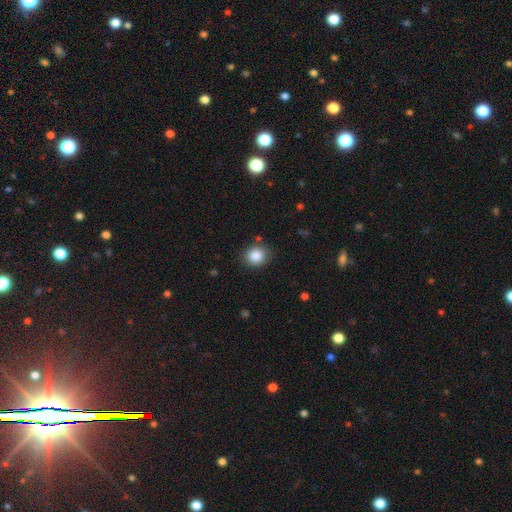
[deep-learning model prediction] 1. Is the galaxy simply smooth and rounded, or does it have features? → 86% smooth, 9% star or artifact, 5% featured or disk.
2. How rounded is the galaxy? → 73% round, 26% in between, 1% cigar-shaped.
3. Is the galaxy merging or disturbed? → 85% none, 10% minor disturbance, 3% major disturbance, 2% merger.